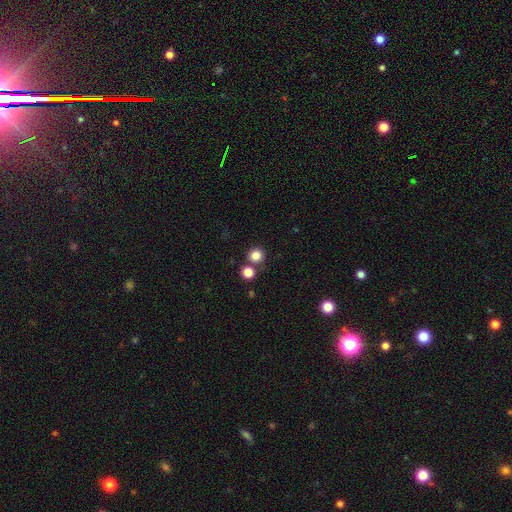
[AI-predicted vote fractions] smooth_or_featured: smooth (p=0.83) [alt: star or artifact p=0.12]
how_rounded: round (p=0.92) [alt: in between p=0.07]
merging: none (p=0.75) [alt: merger p=0.16]